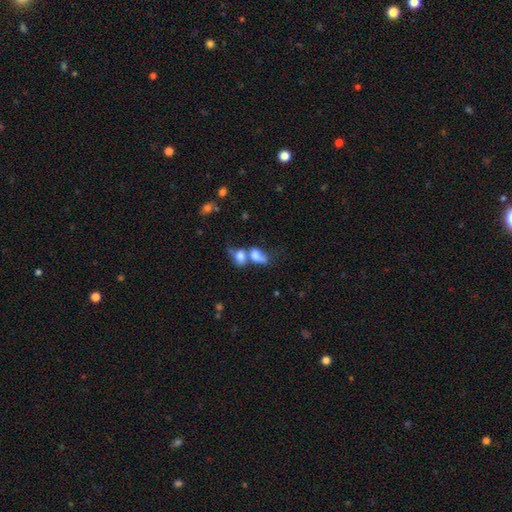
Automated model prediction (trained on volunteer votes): Smooth or featured?
  - smooth: 73% *
  - featured or disk: 17%
  - star or artifact: 10%
How rounded?
  - in between: 76% *
  - round: 21%
  - cigar-shaped: 3%
Merging?
  - merger: 70% *
  - none: 13%
  - major disturbance: 10%
  - minor disturbance: 8%